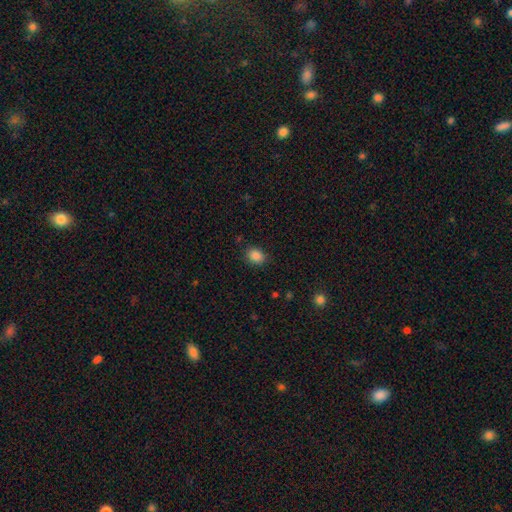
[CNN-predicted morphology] The model was most divided on "how rounded": in between: 58%, round: 41%, cigar-shaped: 1%. More confident: smooth or featured — smooth (86%); merging — none (86%).